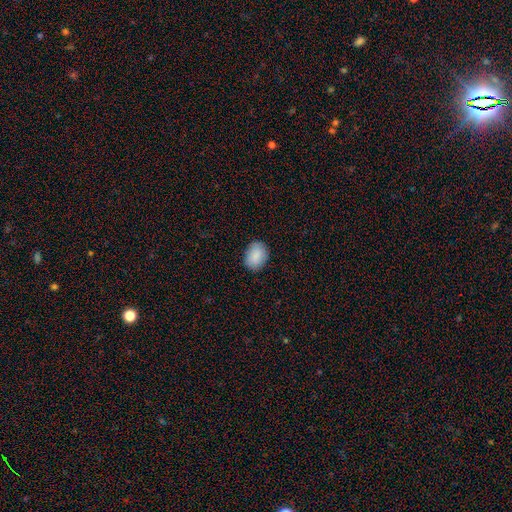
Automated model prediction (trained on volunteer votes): This appears to be a smooth galaxy with no disk features (89%) that is in between round and cigar-shaped (67%). Merging: none (85%).